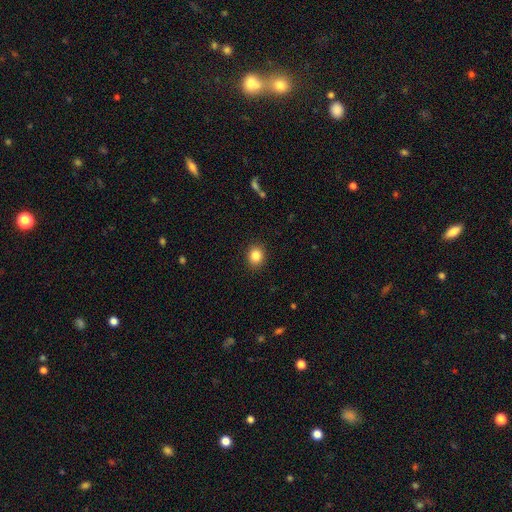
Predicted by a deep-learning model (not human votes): smooth_or_featured: smooth (p=0.85) [alt: star or artifact p=0.10]
how_rounded: round (p=0.73) [alt: in between p=0.26]
merging: none (p=0.91) [alt: minor disturbance p=0.06]